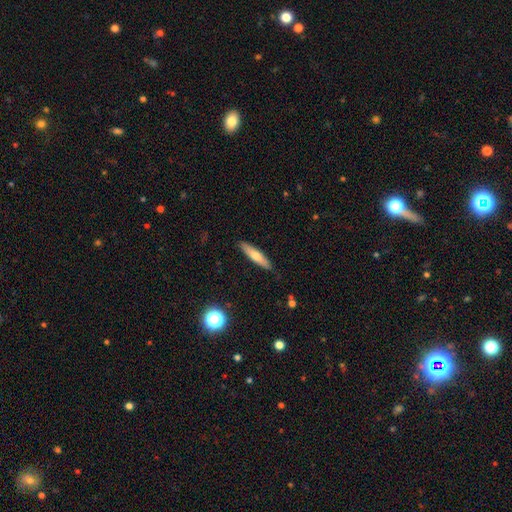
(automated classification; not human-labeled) Smooth or featured? Predicted: smooth (p=0.58). How rounded? Predicted: cigar-shaped (p=0.80). Merging? Predicted: none (p=0.87).